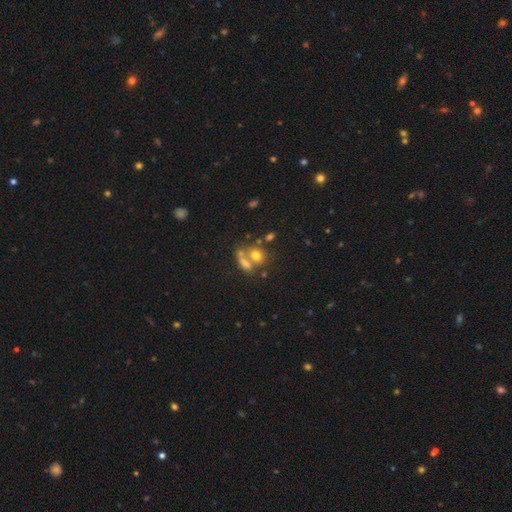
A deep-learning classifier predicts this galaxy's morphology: Overall: smooth (68%). How rounded: in between (49%; round 47%). Merging: merger (44%; none 39%).